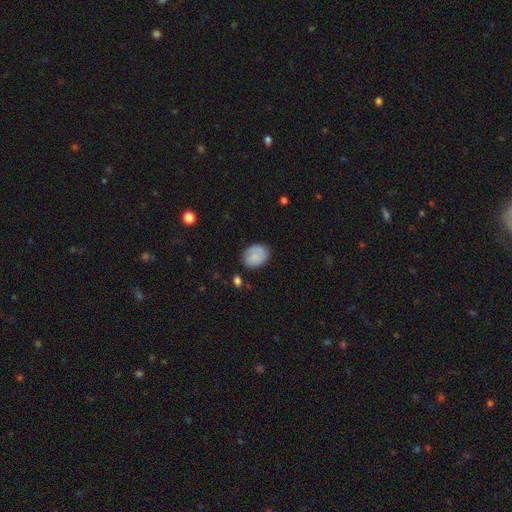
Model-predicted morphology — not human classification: Smooth or featured: smooth — 74% (featured or disk — 18%)
How rounded: in between — 59% (round — 40%)
Merging: none — 74% (minor disturbance — 19%)